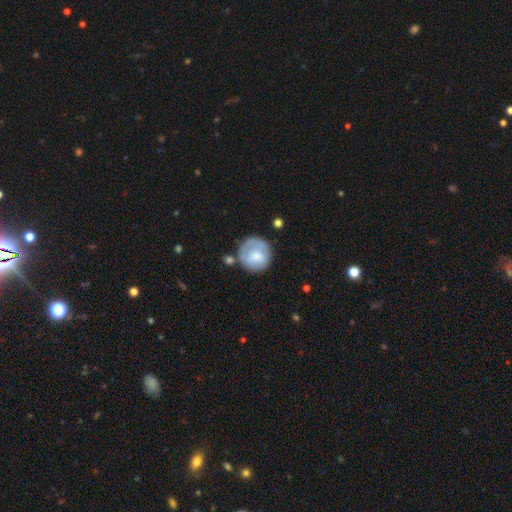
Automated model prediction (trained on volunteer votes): smooth_or_featured: smooth (p=0.63) [alt: featured or disk p=0.31]
how_rounded: round (p=0.89) [alt: in between p=0.10]
merging: none (p=0.58) [alt: minor disturbance p=0.23]